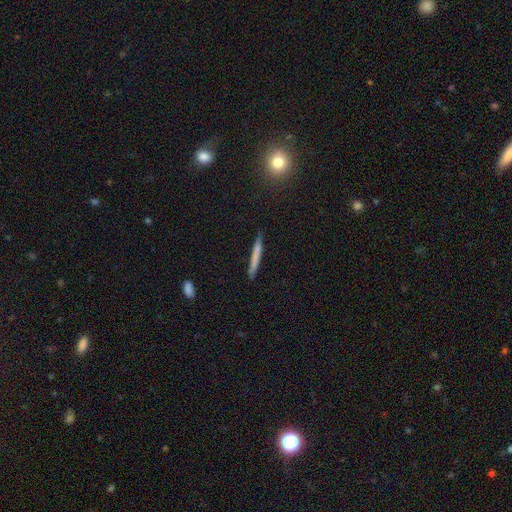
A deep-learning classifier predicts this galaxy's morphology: Overall: smooth (65%; featured or disk 28%). How rounded: cigar-shaped (96%). Merging: none (88%).